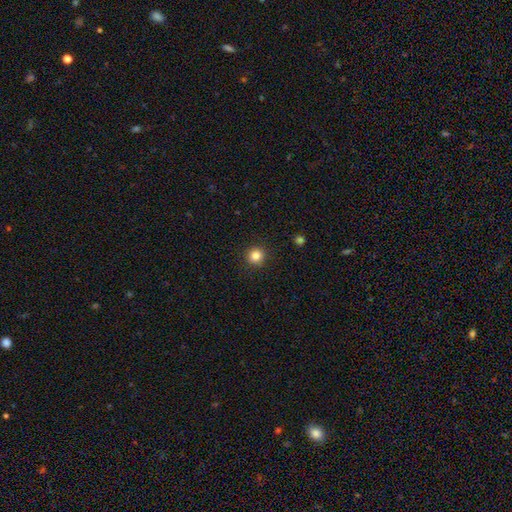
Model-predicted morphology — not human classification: smooth 83%, star or artifact 12%, featured or disk 5%. Down the decision tree: how rounded — round (93%); merging — none (91%).